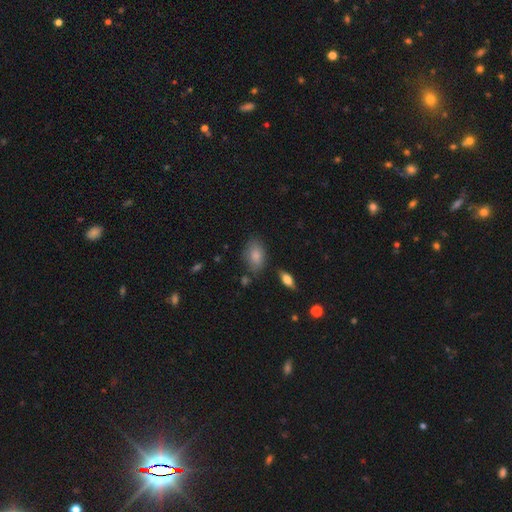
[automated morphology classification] A smooth galaxy with no disk features (84%) that is in between round and cigar-shaped (88%).

Vote fractions:
- Smooth or featured? smooth: 84% / featured or disk: 9% / star or artifact: 7%
- How rounded? in between: 88% / round: 10% / cigar-shaped: 2%
- Merging? none: 74% / minor disturbance: 18% / major disturbance: 4% / merger: 4%